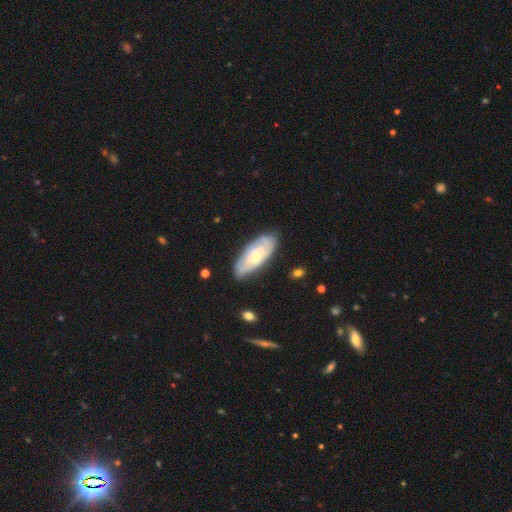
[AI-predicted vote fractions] featured or disk 49%, smooth 45%, star or artifact 6%. Down the decision tree: merging — none (79%).